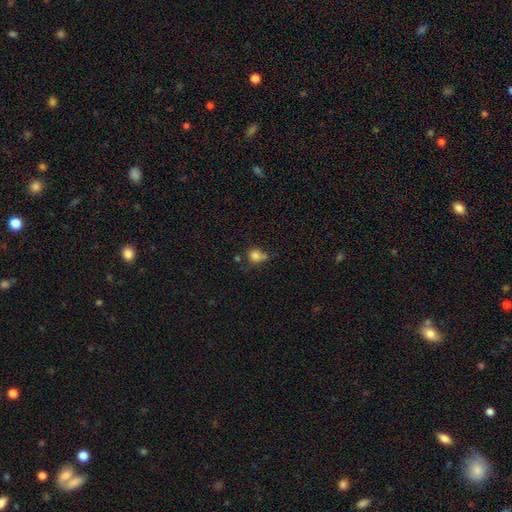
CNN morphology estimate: A smooth galaxy with no disk features (80%) that is round (81%).

Vote fractions:
- Smooth or featured? smooth: 80% / star or artifact: 12% / featured or disk: 8%
- How rounded? round: 81% / in between: 18% / cigar-shaped: 1%
- Merging? none: 50% / merger: 23% / minor disturbance: 20% / major disturbance: 8%